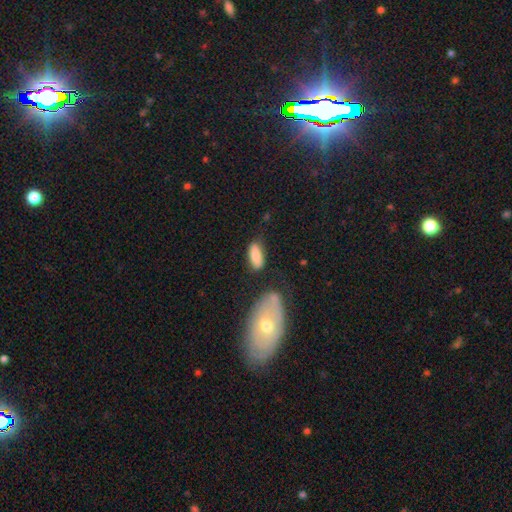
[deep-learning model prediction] smooth-or-featured: smooth: 84% | featured or disk: 9% | star or artifact: 7%
  how-rounded: in between: 77% | cigar-shaped: 20% | round: 3%
  merging: none: 65% | minor disturbance: 22% | major disturbance: 7% | merger: 7%